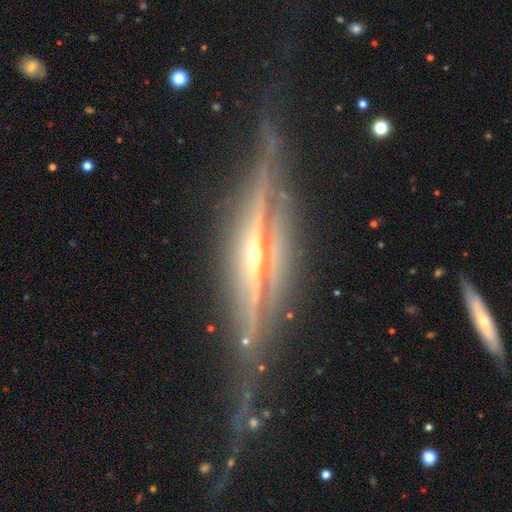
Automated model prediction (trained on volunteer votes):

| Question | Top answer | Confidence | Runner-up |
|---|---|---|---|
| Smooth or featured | featured or disk | 81% | smooth (11%) |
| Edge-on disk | yes | 91% | no (9%) |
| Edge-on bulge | rounded | 68% | none (22%) |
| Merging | none | 75% | minor disturbance (16%) |